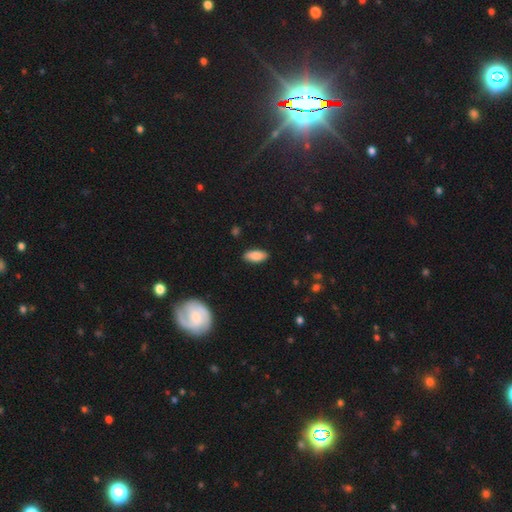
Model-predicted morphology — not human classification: This appears to be a smooth galaxy with no disk features (85%) that is in between round and cigar-shaped (83%). Merging: none (87%).